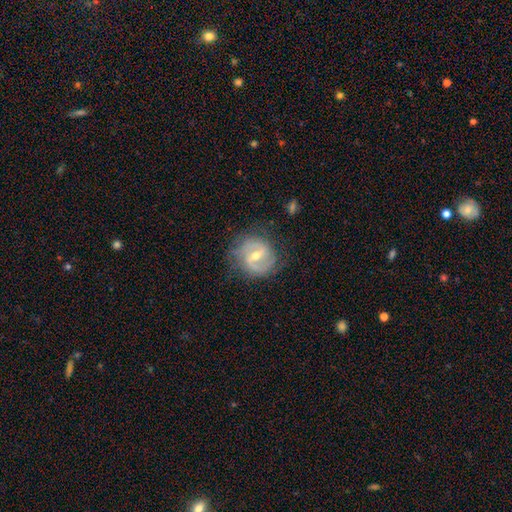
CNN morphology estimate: Smooth or featured? Predicted: featured or disk (p=0.80). Edge-on disk? Predicted: no (p=0.97). Bar? Predicted: weak (p=0.52). Spiral arms? Predicted: yes (p=0.89). Spiral winding? Predicted: medium (p=0.44). Spiral arm count? Predicted: 2 (p=0.76). Bulge size? Predicted: moderate (p=0.59). Merging? Predicted: none (p=0.74).